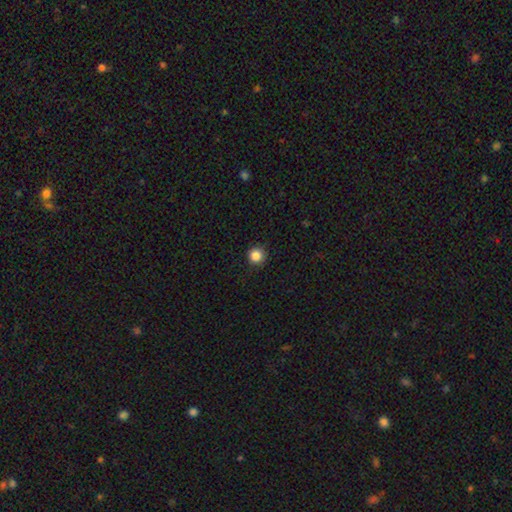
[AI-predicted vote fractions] Smooth or featured: smooth — 86% (star or artifact — 11%)
How rounded: round — 96% (in between — 3%)
Merging: none — 91% (minor disturbance — 6%)